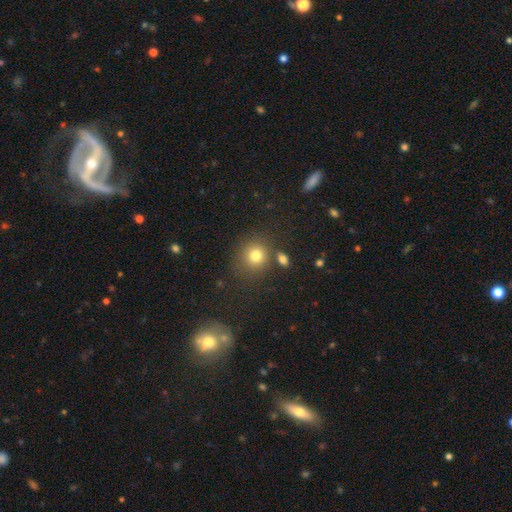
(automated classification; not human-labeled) smooth_or_featured: smooth (p=0.79) [alt: star or artifact p=0.13]
how_rounded: round (p=0.84) [alt: in between p=0.15]
merging: none (p=0.74) [alt: minor disturbance p=0.11]